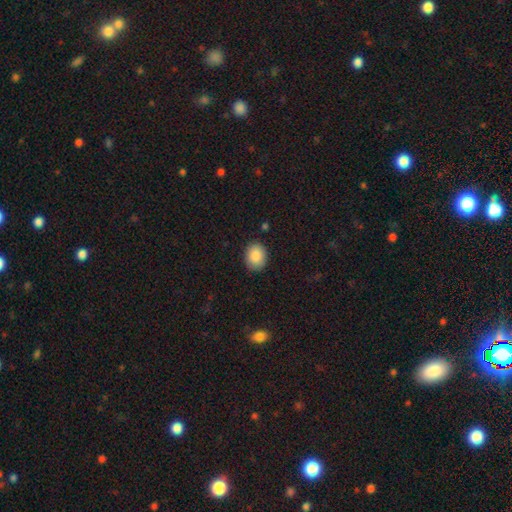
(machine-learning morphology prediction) Overall: smooth (88%). How rounded: in between (52%; round 47%). Merging: none (87%).